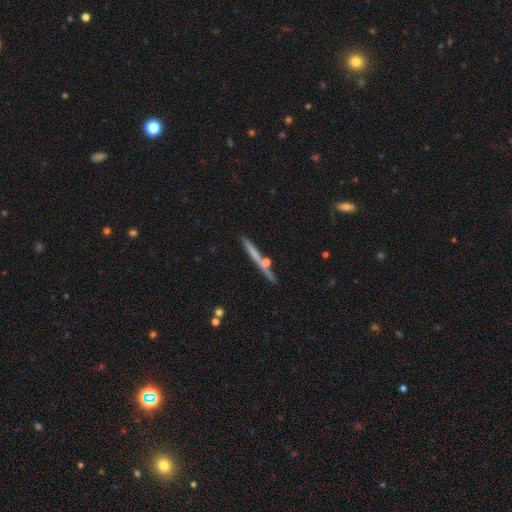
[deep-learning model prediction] Q: Smooth or featured?
A: featured or disk (60%); runner-up: smooth (33%)
Q: Edge-on disk?
A: yes (97%); runner-up: no (3%)
Q: Edge-on bulge?
A: rounded (50%); runner-up: none (45%)
Q: Merging?
A: none (83%); runner-up: minor disturbance (9%)